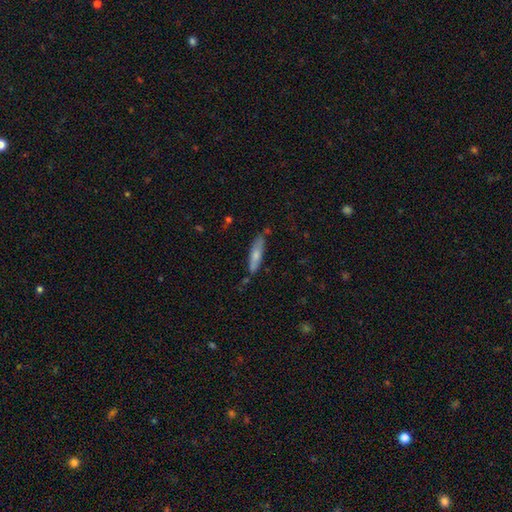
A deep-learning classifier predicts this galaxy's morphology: A smooth galaxy with no disk features (67%) that is cigar-shaped (77%). Merging: none (70%).